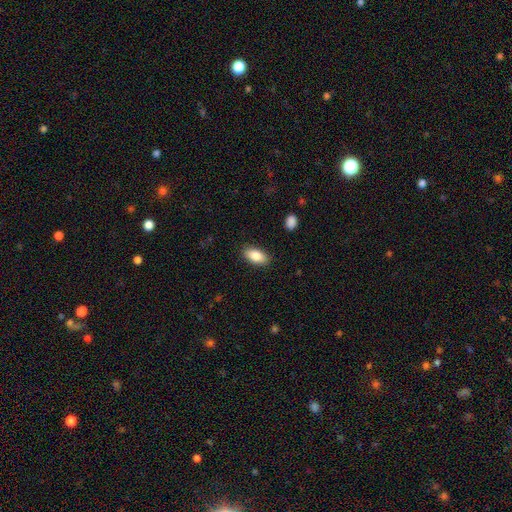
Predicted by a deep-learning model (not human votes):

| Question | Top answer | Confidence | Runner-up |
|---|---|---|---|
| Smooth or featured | smooth | 85% | featured or disk (9%) |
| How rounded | in between | 91% | cigar-shaped (5%) |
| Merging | none | 88% | minor disturbance (9%) |